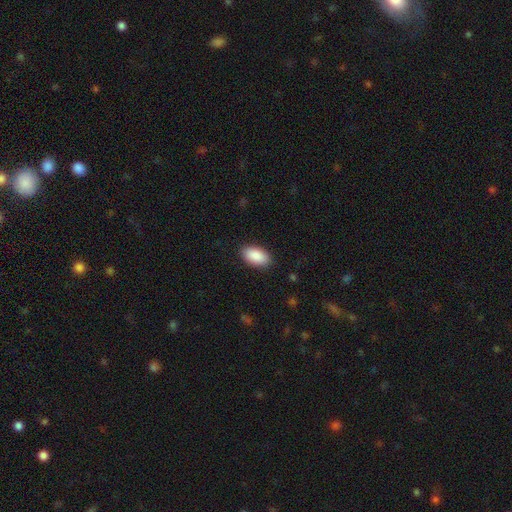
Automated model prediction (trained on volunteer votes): Morphology: type=smooth (90%); roundness=in between (95%); merging=none (88%).